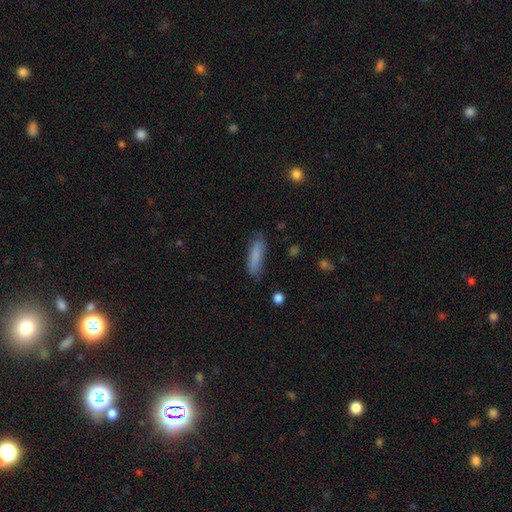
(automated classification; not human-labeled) This is clearly a smooth galaxy (83%). How rounded: likely cigar-shaped (67%). Merging: likely none (79%).